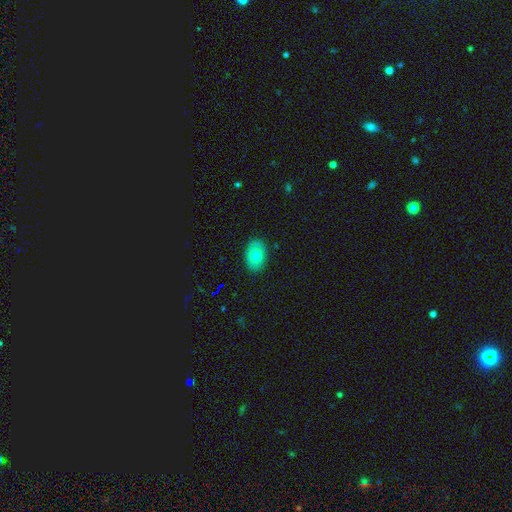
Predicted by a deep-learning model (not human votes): smooth 74%, featured or disk 18%, star or artifact 9%. Down the decision tree: how rounded — in between (83%); merging — none (86%).